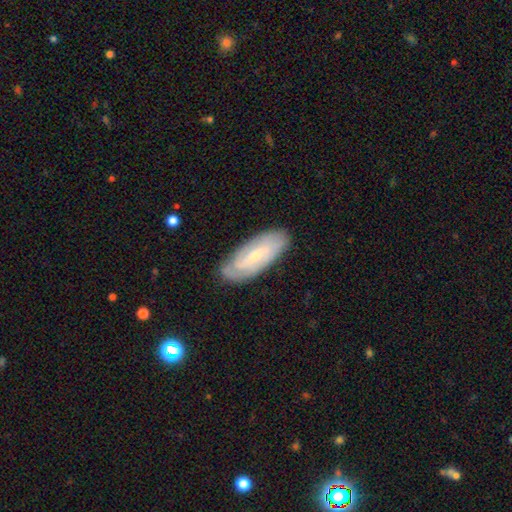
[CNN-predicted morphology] Q: Smooth or featured?
A: featured or disk (65%); runner-up: smooth (29%)
Q: Edge-on disk?
A: no (89%); runner-up: yes (11%)
Q: Bar?
A: weak (46%); runner-up: no (35%)
Q: Spiral arms?
A: yes (86%); runner-up: no (14%)
Q: Bulge size?
A: small (64%); runner-up: moderate (30%)
Q: Merging?
A: none (80%); runner-up: minor disturbance (15%)